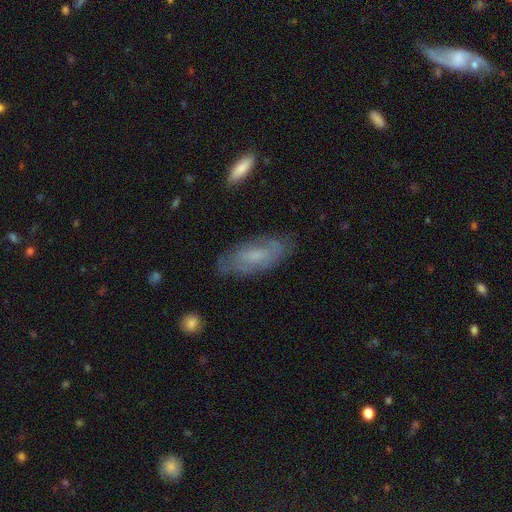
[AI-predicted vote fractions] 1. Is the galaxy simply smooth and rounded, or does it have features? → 49% smooth, 44% featured or disk, 8% star or artifact.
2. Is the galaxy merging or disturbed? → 74% none, 19% minor disturbance, 5% major disturbance, 2% merger.